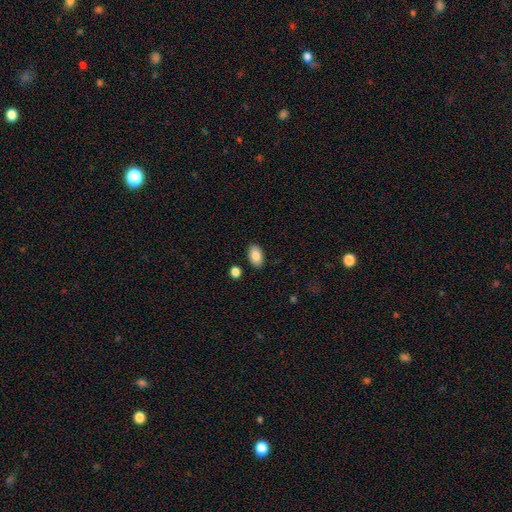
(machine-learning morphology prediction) The model was most divided on "smooth or featured": smooth: 84%, featured or disk: 9%, star or artifact: 7%. More confident: how rounded — in between (92%); merging — none (87%).